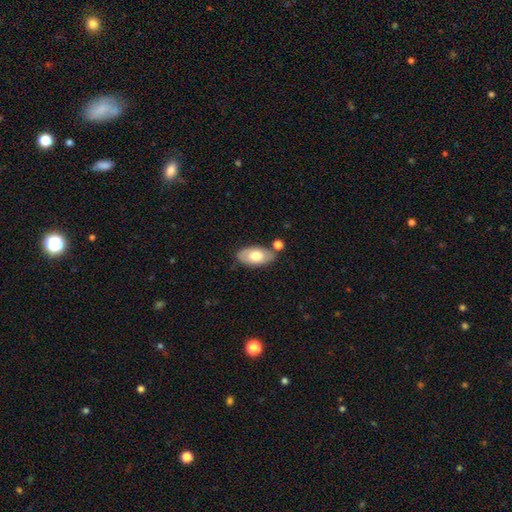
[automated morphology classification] Smooth or featured?
  - smooth: 67% *
  - featured or disk: 27%
  - star or artifact: 6%
How rounded?
  - in between: 93% *
  - round: 4%
  - cigar-shaped: 3%
Merging?
  - none: 71% *
  - minor disturbance: 15%
  - merger: 10%
  - major disturbance: 3%